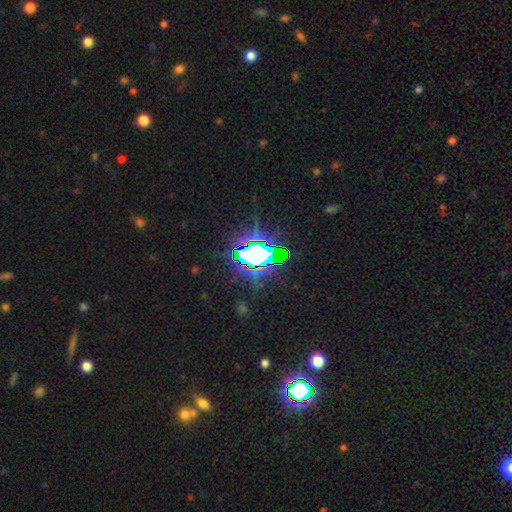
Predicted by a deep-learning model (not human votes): Smooth or featured? Predicted: star or artifact (p=0.73).